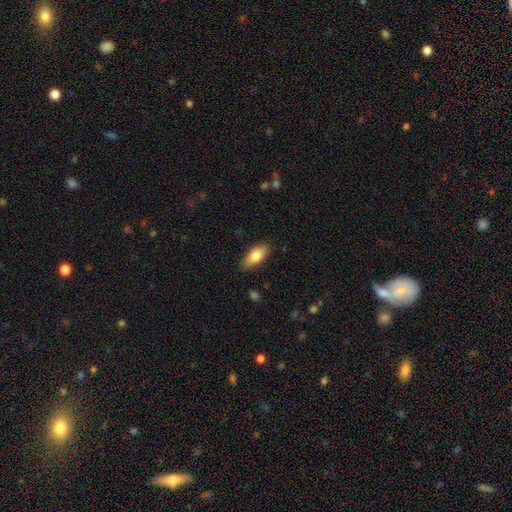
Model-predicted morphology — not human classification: smooth 81%, featured or disk 13%, star or artifact 6%. Down the decision tree: how rounded — in between (85%); merging — none (85%).